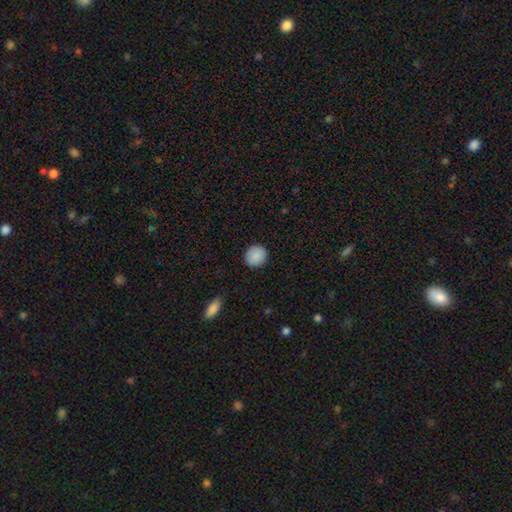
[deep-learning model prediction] This appears to be a smooth galaxy with no disk features (89%) that is round (92%). Merging: none (90%).